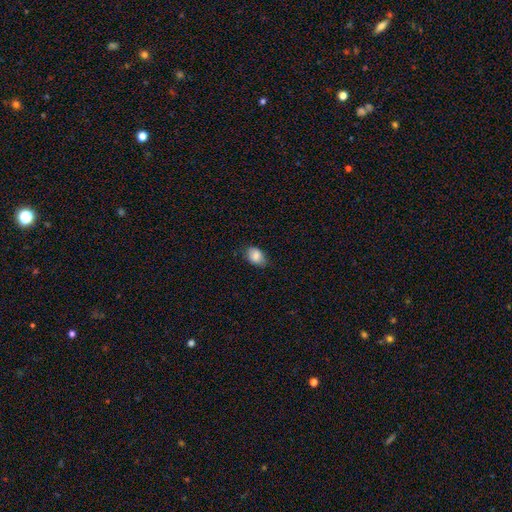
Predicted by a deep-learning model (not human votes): smooth 83%, featured or disk 9%, star or artifact 8%. Down the decision tree: how rounded — in between (85%); merging — none (74%).